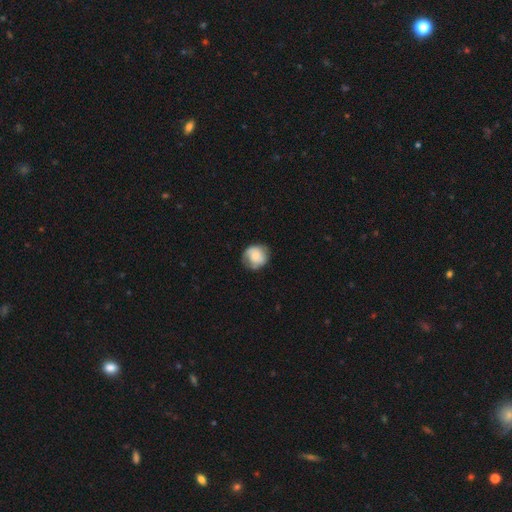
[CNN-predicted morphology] The model was most divided on "smooth or featured": smooth: 62%, featured or disk: 30%, star or artifact: 7%. More confident: how rounded — round (83%); merging — none (69%).